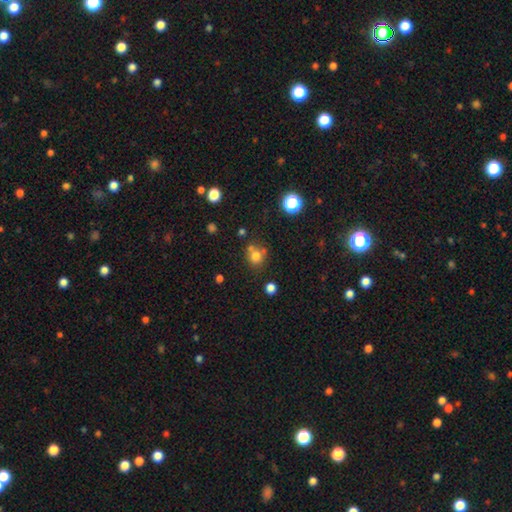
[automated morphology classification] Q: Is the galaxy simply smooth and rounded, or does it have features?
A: smooth — 74%.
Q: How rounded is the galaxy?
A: round — 82%.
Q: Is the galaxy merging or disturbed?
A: none — 61%.